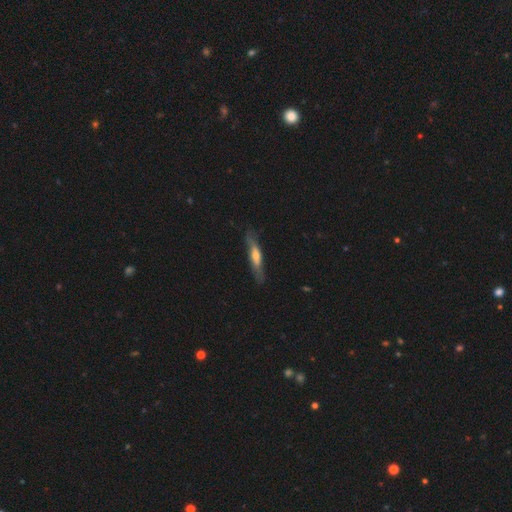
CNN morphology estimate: A featured or disk galaxy (51%) viewed edge-on (80%). Merging: none (79%).